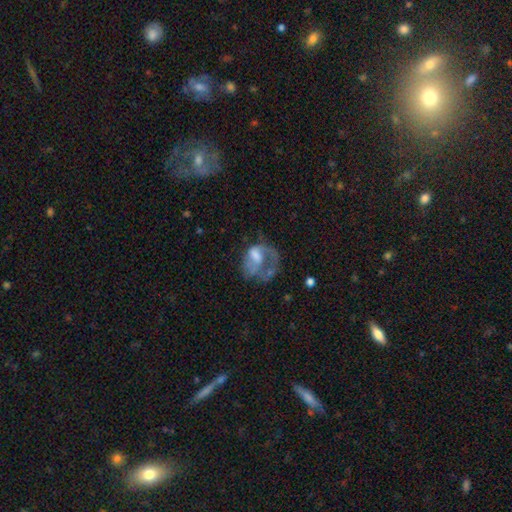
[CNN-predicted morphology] A featured or disk galaxy (52%) with no bar (70%), no spiral arms (65%) and a moderate central bulge (35%). Merging: major disturbance (49%).